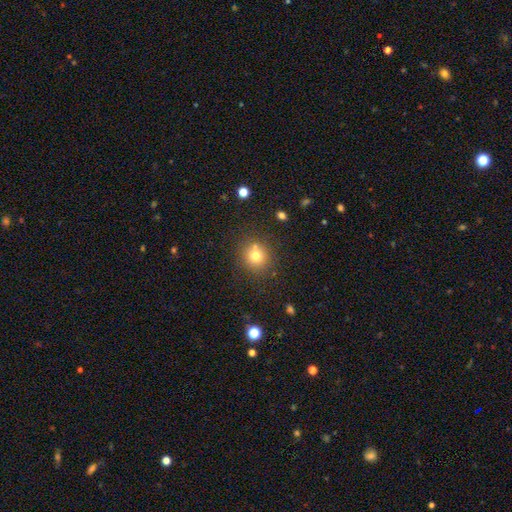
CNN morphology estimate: smooth 75%, star or artifact 15%, featured or disk 10%. Down the decision tree: how rounded — round (89%); merging — none (77%).